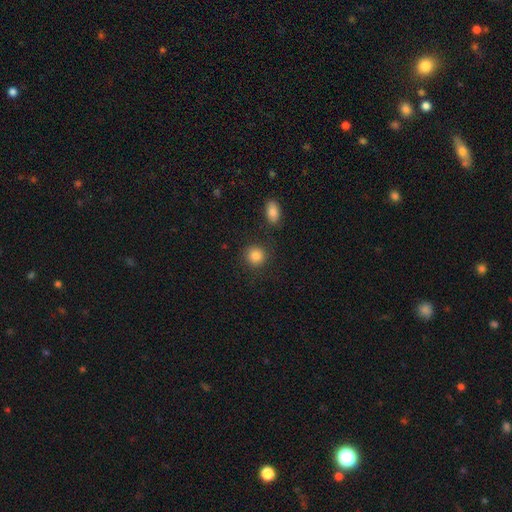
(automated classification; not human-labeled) smooth 86%, star or artifact 9%, featured or disk 5%. Down the decision tree: how rounded — round (87%); merging — none (83%).